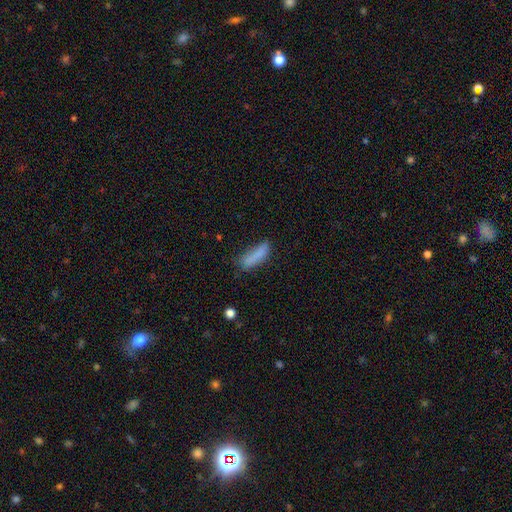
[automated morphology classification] smooth_or_featured: smooth (p=0.82) [alt: featured or disk p=0.10]
how_rounded: cigar-shaped (p=0.63) [alt: in between p=0.35]
merging: none (p=0.61) [alt: minor disturbance p=0.26]